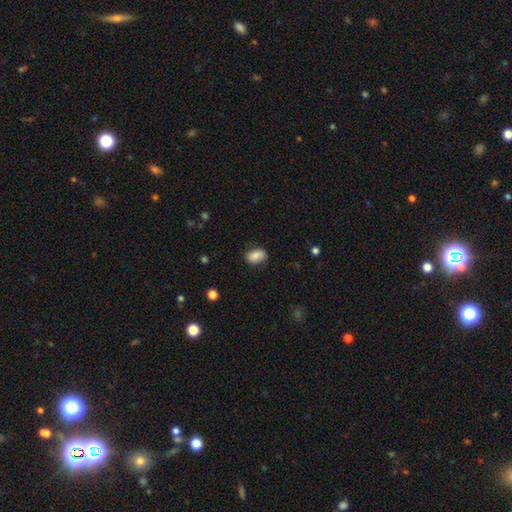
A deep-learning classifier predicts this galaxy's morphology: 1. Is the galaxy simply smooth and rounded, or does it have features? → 80% smooth, 12% featured or disk, 8% star or artifact.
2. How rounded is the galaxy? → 84% in between, 14% round, 2% cigar-shaped.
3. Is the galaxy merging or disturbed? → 78% none, 17% minor disturbance, 4% major disturbance, 1% merger.